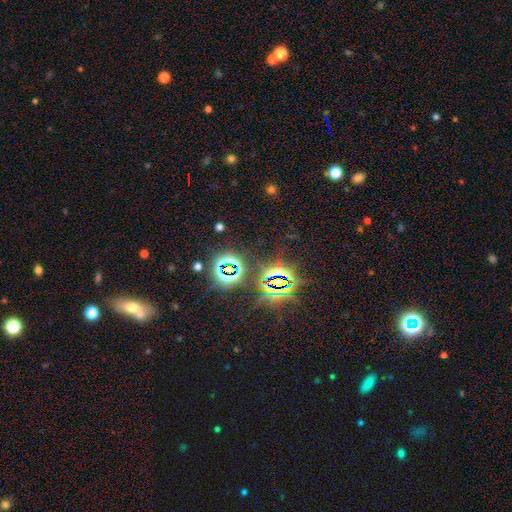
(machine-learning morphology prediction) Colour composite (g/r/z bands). It shows a star or artifact, not a galaxy (74%).